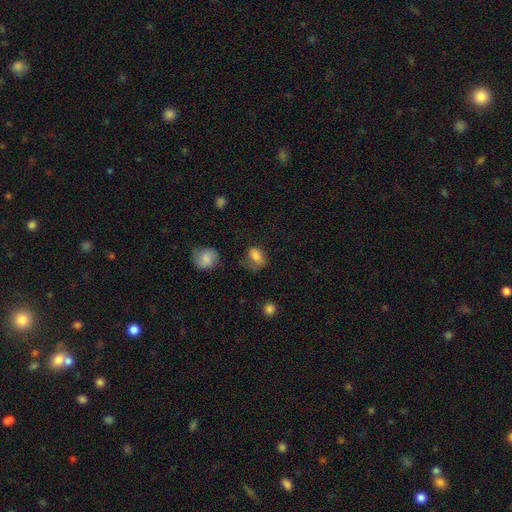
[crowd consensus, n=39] Smooth or featured?
  - smooth: 82% *
  - featured or disk: 15%
  - star or artifact: 3%
How rounded?
  - in between: 84% *
  - round: 9%
  - cigar-shaped: 6%
Merging?
  - none: 34% *
  - minor disturbance: 32%
  - major disturbance: 29%
  - merger: 5%